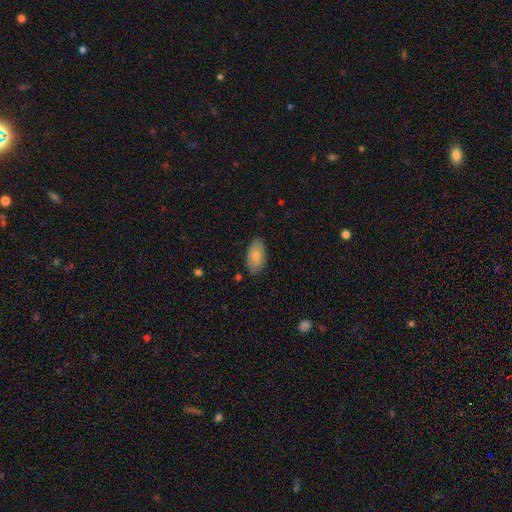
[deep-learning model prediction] Smooth or featured?
  - smooth: 78% *
  - featured or disk: 16%
  - star or artifact: 6%
How rounded?
  - in between: 94% *
  - round: 3%
  - cigar-shaped: 3%
Merging?
  - none: 82% *
  - minor disturbance: 14%
  - major disturbance: 2%
  - merger: 1%